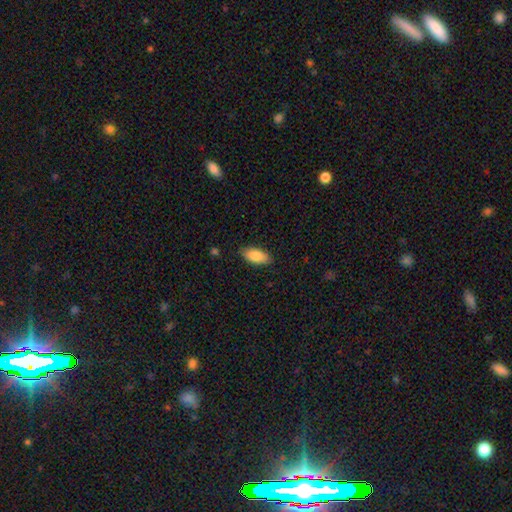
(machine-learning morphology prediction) A smooth galaxy with no disk features (85%) that is in between round and cigar-shaped (90%). Merging: none (85%).